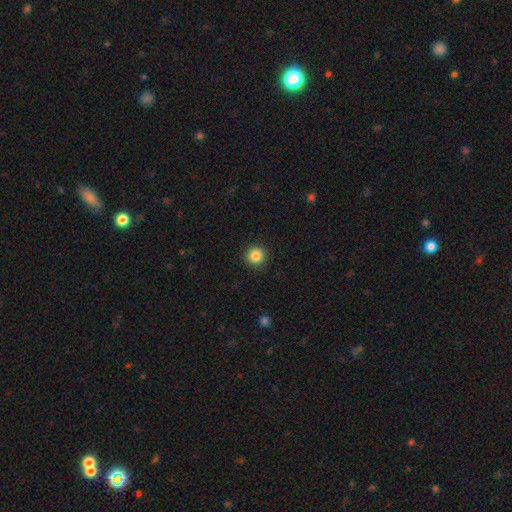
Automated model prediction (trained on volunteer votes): smooth 85%, star or artifact 11%, featured or disk 4%. Down the decision tree: how rounded — round (95%); merging — none (92%).